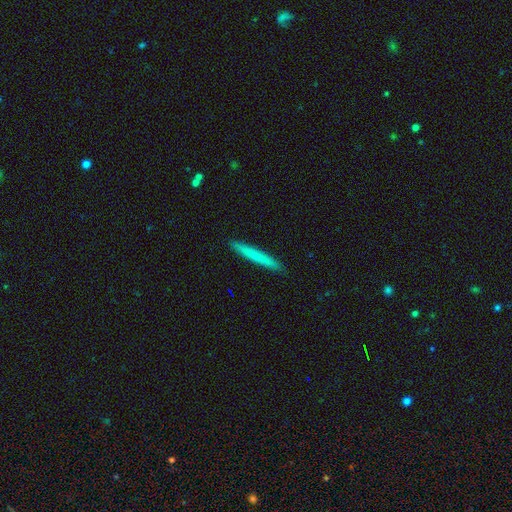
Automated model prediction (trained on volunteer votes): A smooth galaxy with no disk features (71%) that is cigar-shaped (97%).

Vote fractions:
- Smooth or featured? smooth: 71% / featured or disk: 23% / star or artifact: 6%
- How rounded? cigar-shaped: 97% / in between: 2% / round: 1%
- Merging? none: 92% / minor disturbance: 5% / major disturbance: 1% / merger: 1%